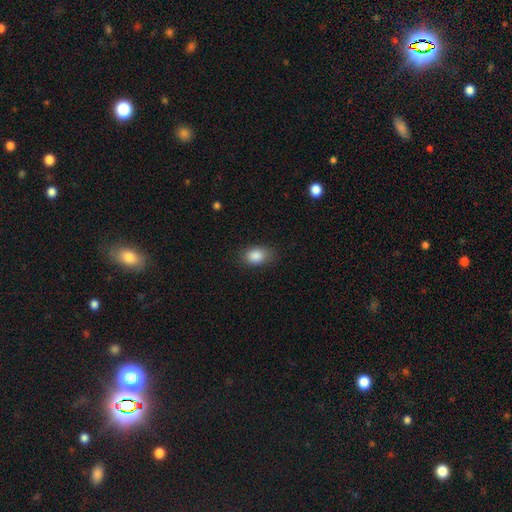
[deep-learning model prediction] This is clearly a smooth galaxy (88%). How rounded: likely in between (77%). Merging: clearly none (80%).